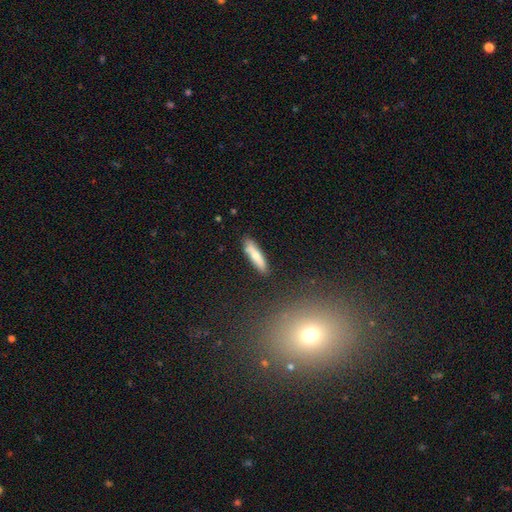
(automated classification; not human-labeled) Smooth or featured? Predicted: smooth (p=0.72). How rounded? Predicted: cigar-shaped (p=0.81). Merging? Predicted: none (p=0.83).